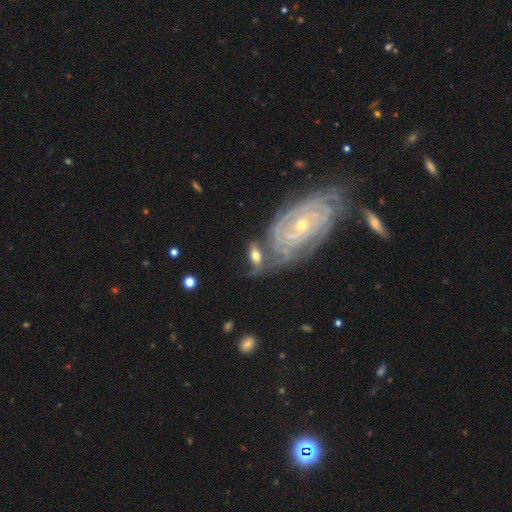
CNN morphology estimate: type=featured or disk (59%); edge-on=no (88%); bar=no (65%); spiral arms=yes (81%); bulge=moderate (46%); merging=none (39%).